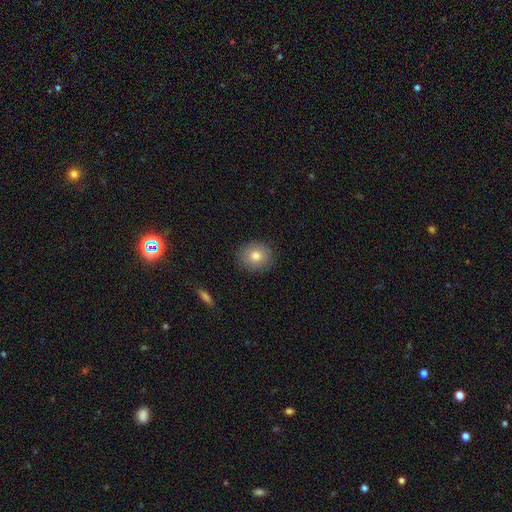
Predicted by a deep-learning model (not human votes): A smooth galaxy with no disk features (80%) that is round (84%). Merging: none (89%).